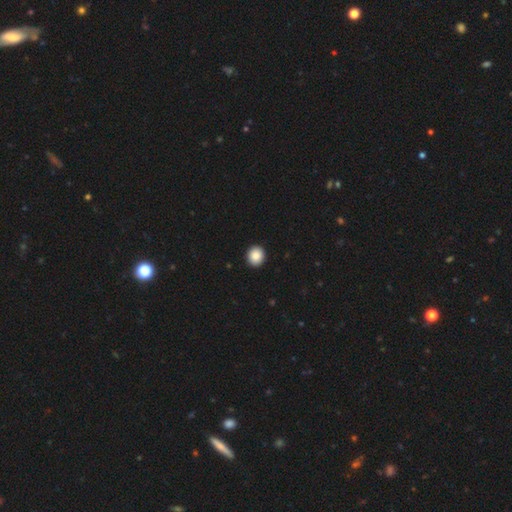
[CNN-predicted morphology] Smooth or featured? Predicted: smooth (p=0.88). How rounded? Predicted: round (p=0.86). Merging? Predicted: none (p=0.93).